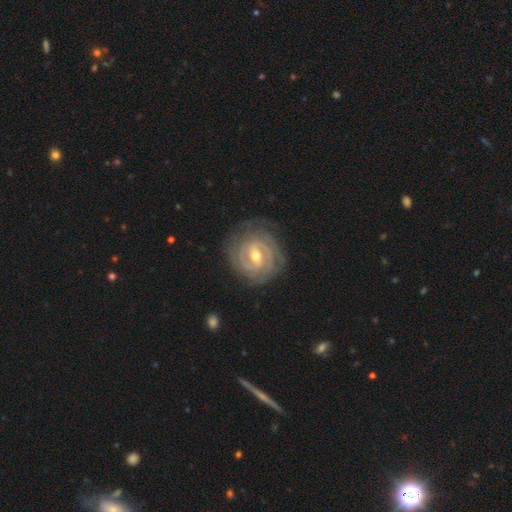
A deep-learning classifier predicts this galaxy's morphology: This appears to be a featured or disk galaxy (89%) with a weak bar (48%), 2 (37%) tight (81%) spiral arms (97%) and a moderate central bulge (63%). Merging: none (81%).